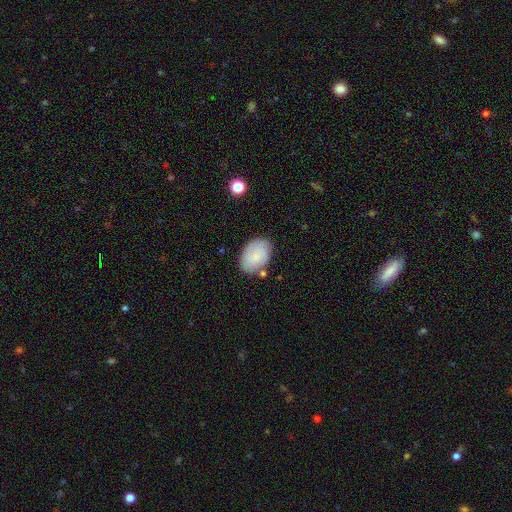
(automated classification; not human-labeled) Overall: smooth (74%). How rounded: in between (87%). Merging: none (75%).